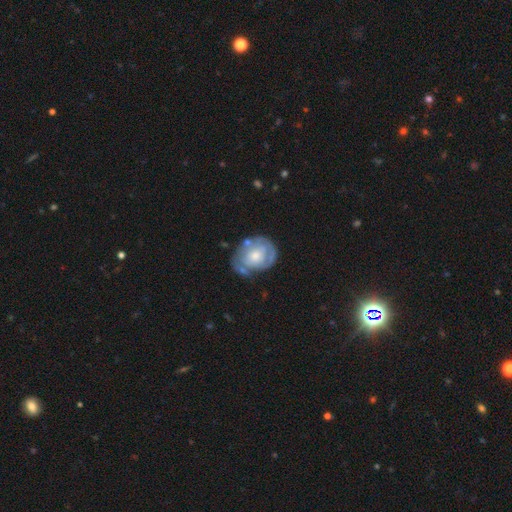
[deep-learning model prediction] smooth-or-featured: featured or disk: 61% | smooth: 34% | star or artifact: 6%
  disk-edge-on: no: 97% | yes: 3%
    bar: no: 81% | weak: 16% | strong: 3%
    has-spiral-arms: yes: 59% | no: 41%
    bulge-size: moderate: 46% | small: 42% | large: 7% | none: 3% | dominant: 1%
  merging: none: 54% | minor disturbance: 25% | major disturbance: 12% | merger: 9%